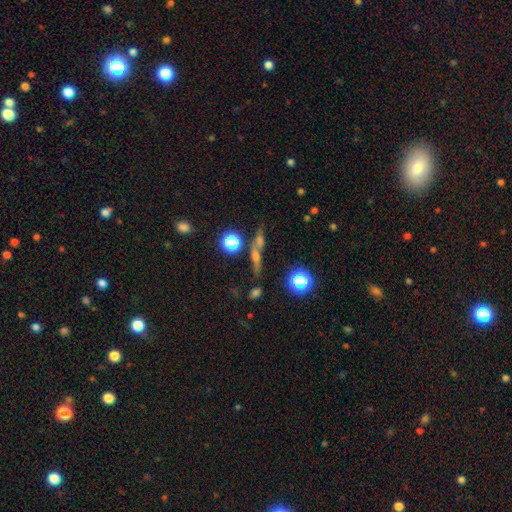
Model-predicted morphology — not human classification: Smooth or featured: featured or disk — 47% (smooth — 30%)
Merging: none — 72% (merger — 13%)